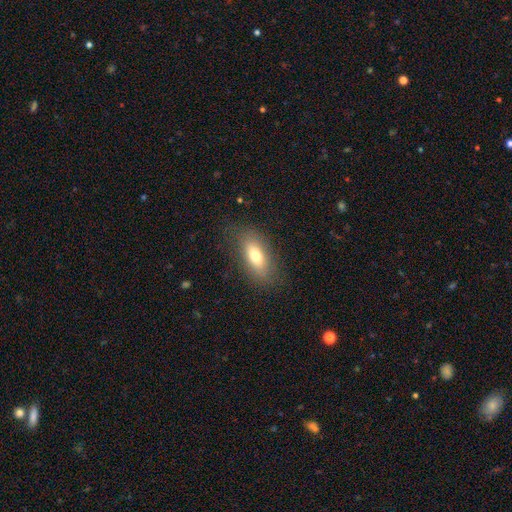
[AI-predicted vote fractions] A smooth galaxy with no disk features (72%) that is in between round and cigar-shaped (79%).

Vote fractions:
- Smooth or featured? smooth: 72% / featured or disk: 20% / star or artifact: 8%
- How rounded? in between: 79% / cigar-shaped: 17% / round: 4%
- Merging? none: 82% / minor disturbance: 12% / major disturbance: 5% / merger: 1%